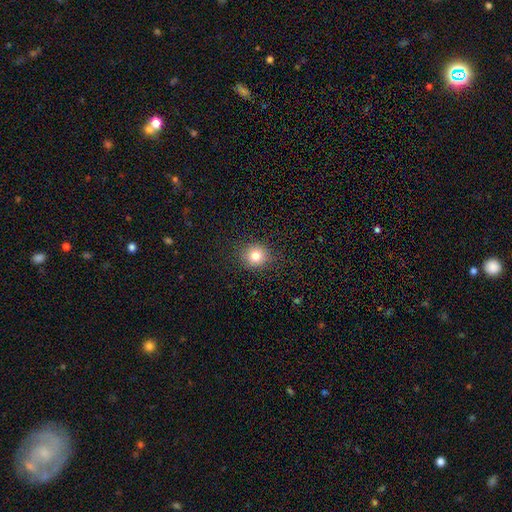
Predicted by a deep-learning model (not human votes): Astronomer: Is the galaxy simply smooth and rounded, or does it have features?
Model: smooth — 79%.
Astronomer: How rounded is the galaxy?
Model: round — 86%.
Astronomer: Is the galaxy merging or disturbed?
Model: none — 88%.